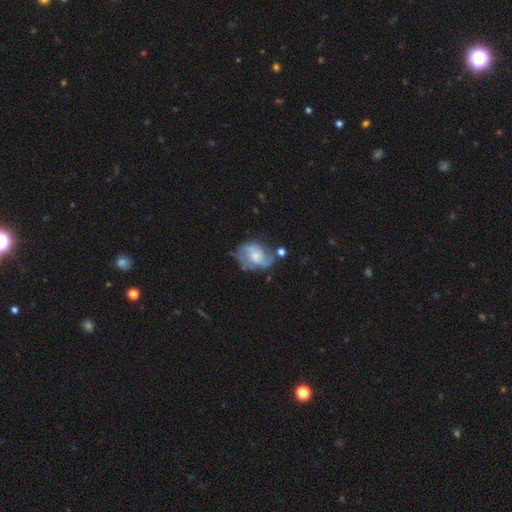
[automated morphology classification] Smooth or featured?
  - featured or disk: 69% *
  - smooth: 25%
  - star or artifact: 7%
Edge-on disk?
  - no: 97% *
  - yes: 3%
Bar?
  - no: 68% *
  - weak: 27%
  - strong: 5%
Spiral arms?
  - yes: 80% *
  - no: 20%
Spiral winding?
  - medium: 44% *
  - tight: 31%
  - loose: 25%
Spiral arm count?
  - 2: 56% *
  - can't tell: 25%
  - 3: 10%
  - 1: 4%
  - 4: 3%
  - more than 4: 2%
Bulge size?
  - small: 45% *
  - moderate: 39%
  - none: 8%
  - large: 6%
  - dominant: 1%
Merging?
  - none: 48% *
  - minor disturbance: 26%
  - major disturbance: 17%
  - merger: 9%